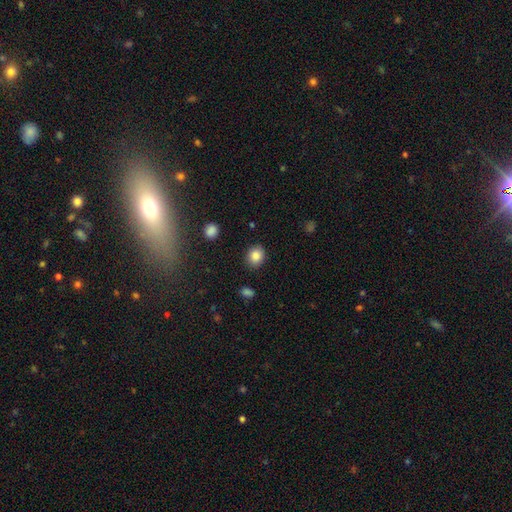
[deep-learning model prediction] A smooth galaxy with no disk features (86%) that is round (62%).

Vote fractions:
- Smooth or featured? smooth: 86% / star or artifact: 9% / featured or disk: 5%
- How rounded? round: 62% / in between: 37% / cigar-shaped: 1%
- Merging? none: 87% / minor disturbance: 8% / major disturbance: 3% / merger: 2%